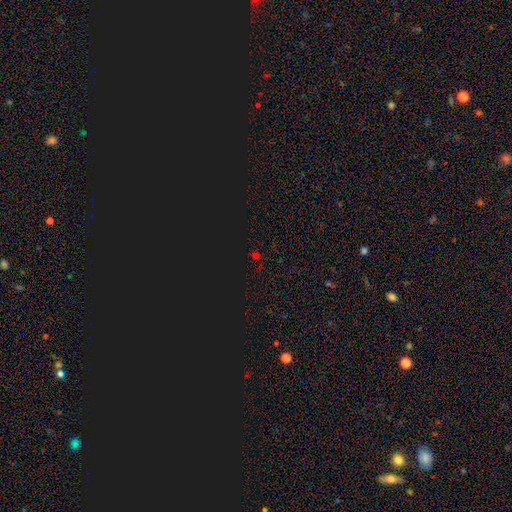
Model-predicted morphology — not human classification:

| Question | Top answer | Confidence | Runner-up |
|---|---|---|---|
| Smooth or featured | star or artifact | 71% | smooth (22%) |